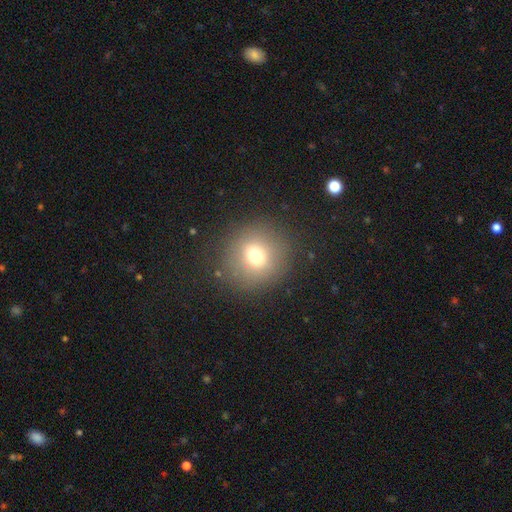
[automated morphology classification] Smooth or featured?
  - smooth: 70% *
  - star or artifact: 16%
  - featured or disk: 14%
How rounded?
  - round: 91% *
  - in between: 8%
  - cigar-shaped: 1%
Merging?
  - none: 85% *
  - minor disturbance: 9%
  - major disturbance: 5%
  - merger: 1%